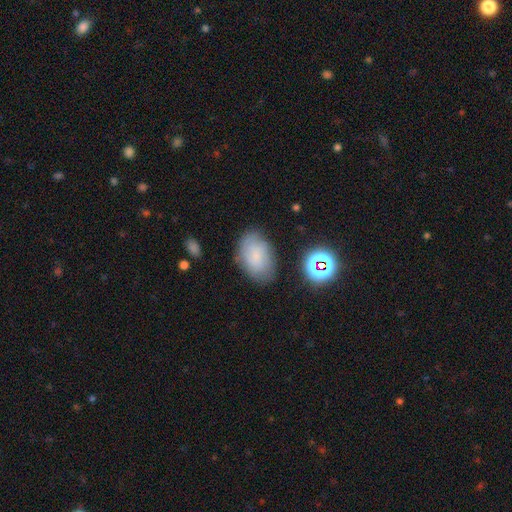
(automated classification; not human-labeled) Smooth or featured? Predicted: smooth (p=0.62). How rounded? Predicted: in between (p=0.88). Merging? Predicted: none (p=0.74).